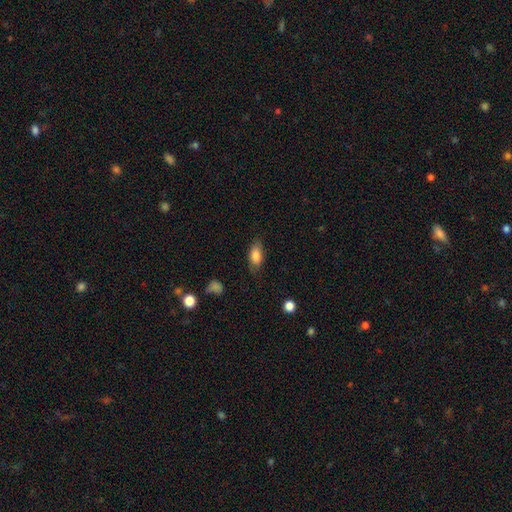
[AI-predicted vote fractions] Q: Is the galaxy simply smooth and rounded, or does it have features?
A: smooth — 81%.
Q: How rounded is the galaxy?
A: in between — 86%.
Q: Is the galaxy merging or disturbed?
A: none — 77%.